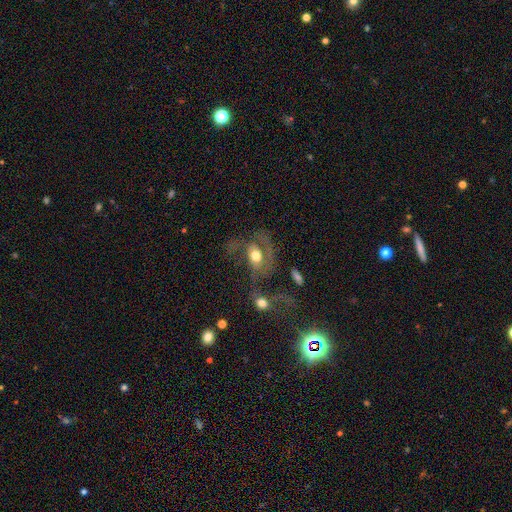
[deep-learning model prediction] Q: Smooth or featured?
A: featured or disk (60%); runner-up: smooth (31%)
Q: Edge-on disk?
A: no (95%); runner-up: yes (5%)
Q: Bar?
A: no (68%); runner-up: weak (24%)
Q: Spiral arms?
A: yes (70%); runner-up: no (30%)
Q: Bulge size?
A: moderate (61%); runner-up: large (26%)
Q: Merging?
A: major disturbance (40%); runner-up: none (24%)